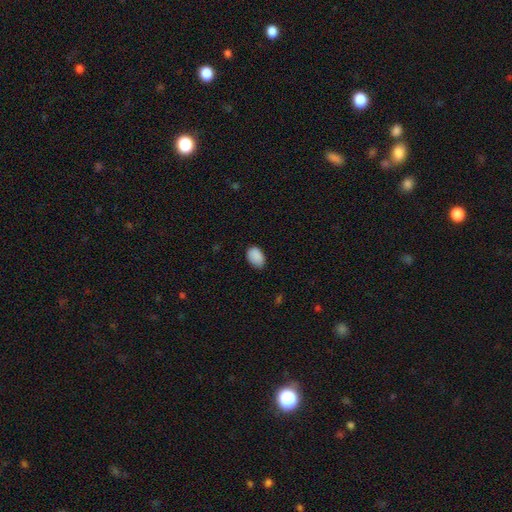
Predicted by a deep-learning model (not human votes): A smooth galaxy with no disk features (89%) that is in between round and cigar-shaped (86%).

Vote fractions:
- Smooth or featured? smooth: 89% / star or artifact: 7% / featured or disk: 3%
- How rounded? in between: 86% / round: 13% / cigar-shaped: 1%
- Merging? none: 75% / minor disturbance: 21% / major disturbance: 3% / merger: 1%